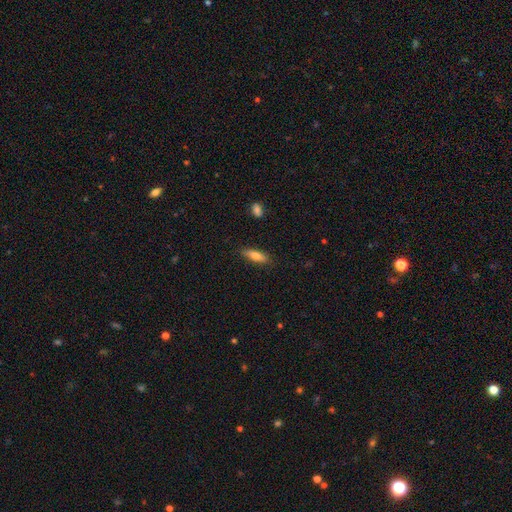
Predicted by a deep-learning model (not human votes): Smooth or featured: smooth — 72% (featured or disk — 21%)
How rounded: cigar-shaped — 53% (in between — 45%)
Merging: none — 83% (minor disturbance — 13%)